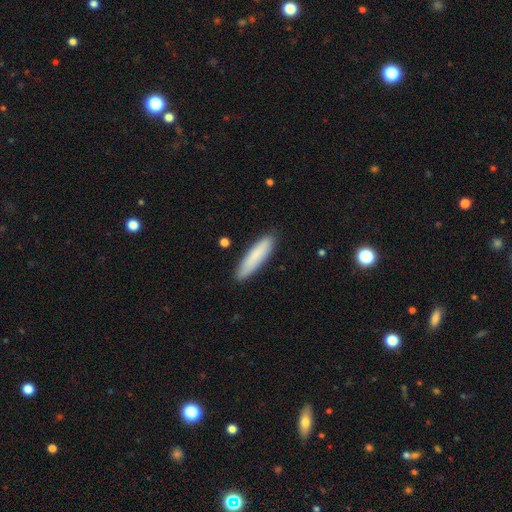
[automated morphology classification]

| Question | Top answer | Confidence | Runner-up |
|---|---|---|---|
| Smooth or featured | smooth | 83% | featured or disk (11%) |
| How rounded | cigar-shaped | 77% | in between (21%) |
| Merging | none | 88% | minor disturbance (9%) |